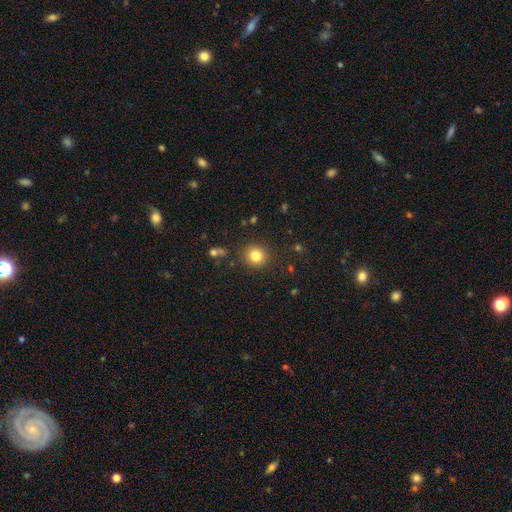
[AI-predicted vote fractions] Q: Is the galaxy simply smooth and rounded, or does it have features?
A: smooth — 82%.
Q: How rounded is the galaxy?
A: round — 90%.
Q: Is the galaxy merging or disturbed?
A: none — 88%.